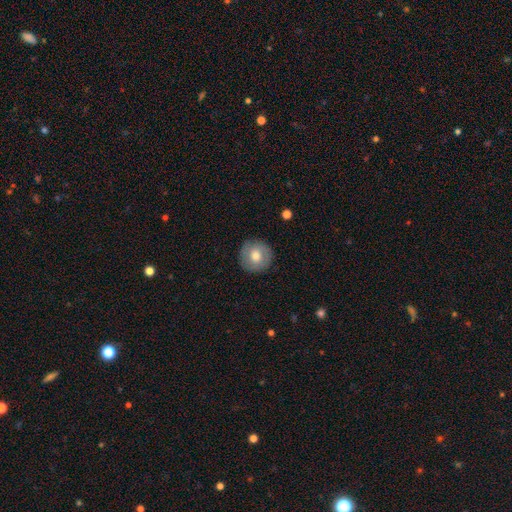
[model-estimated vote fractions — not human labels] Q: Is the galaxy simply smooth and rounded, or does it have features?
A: smooth — 67%.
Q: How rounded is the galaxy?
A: round — 95%.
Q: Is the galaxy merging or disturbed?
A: none — 88%.